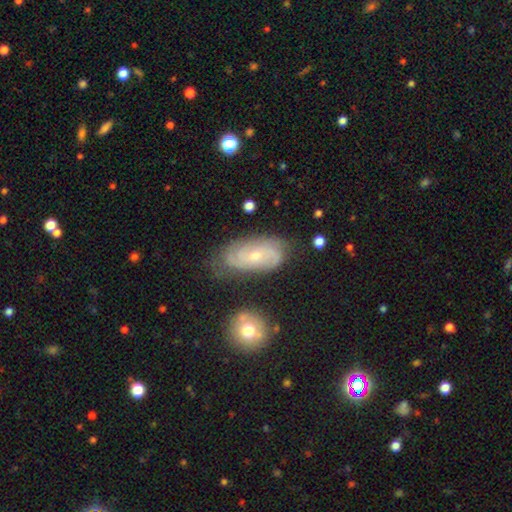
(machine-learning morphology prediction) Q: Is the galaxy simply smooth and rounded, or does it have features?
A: featured or disk — 76%.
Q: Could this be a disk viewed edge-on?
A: no — 94%.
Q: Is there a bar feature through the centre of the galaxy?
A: no — 68%.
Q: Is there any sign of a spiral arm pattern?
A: yes — 92%.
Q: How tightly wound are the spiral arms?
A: tight — 55%.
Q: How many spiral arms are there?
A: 2 — 39%.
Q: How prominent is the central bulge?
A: small — 59%.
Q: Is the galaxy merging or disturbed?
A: none — 68%.